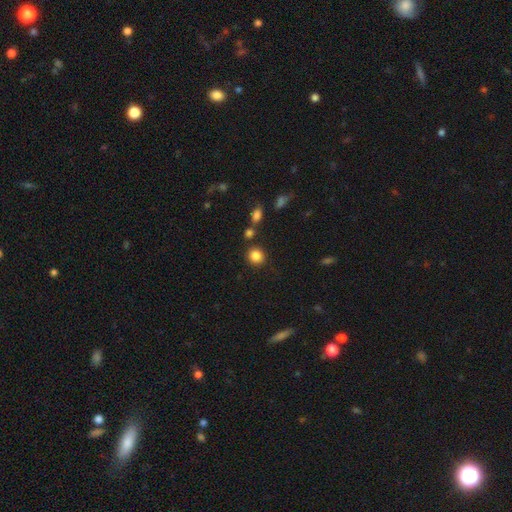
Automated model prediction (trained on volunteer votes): Smooth or featured? smooth (85%)
How rounded? round (86%)
Merging? none (82%)